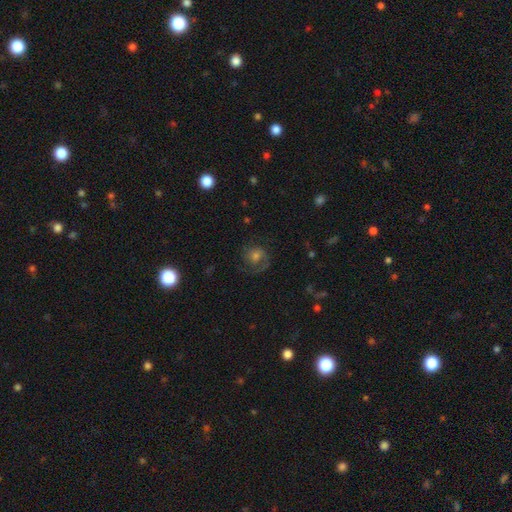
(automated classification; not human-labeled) A featured or disk galaxy (60%) with no bar (70%), 2 (42%) medium (44%) spiral arms (88%) and a moderate central bulge (49%).

Vote fractions:
- Smooth or featured? featured or disk: 60% / smooth: 28% / star or artifact: 13%
- Edge-on disk? no: 97% / yes: 3%
- Bar? no: 70% / weak: 26% / strong: 4%
- Spiral arms? yes: 88% / no: 12%
- Spiral winding? medium: 44% / tight: 35% / loose: 20%
- Spiral arm count? 2: 42% / 1: 39% / can't tell: 12% / 3: 3% / 4: 2% / more than 4: 2%
- Bulge size? moderate: 49% / small: 30% / large: 13% / none: 6% / dominant: 2%
- Merging? none: 66% / major disturbance: 17% / minor disturbance: 16% / merger: 2%